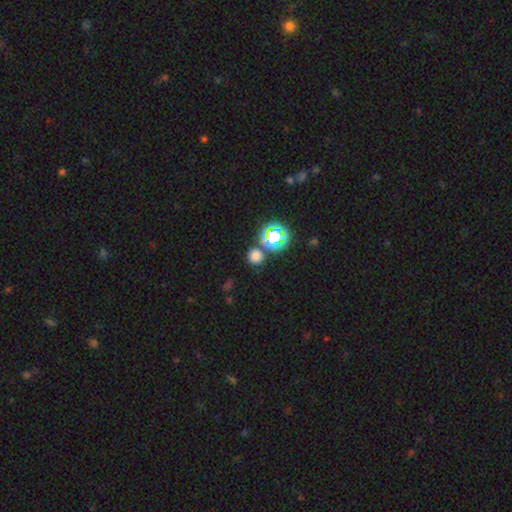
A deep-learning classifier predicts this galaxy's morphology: Smooth or featured?
  - smooth: 67% *
  - star or artifact: 27%
  - featured or disk: 6%
How rounded?
  - round: 90% *
  - in between: 9%
  - cigar-shaped: 1%
Merging?
  - none: 78% *
  - merger: 10%
  - minor disturbance: 8%
  - major disturbance: 3%